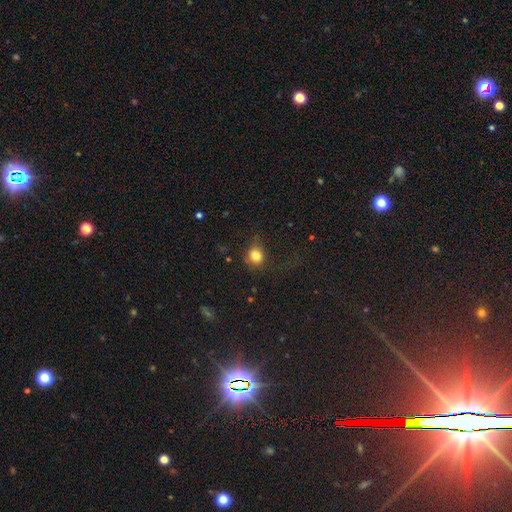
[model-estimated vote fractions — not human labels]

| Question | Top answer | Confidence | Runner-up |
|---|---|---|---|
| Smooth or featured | smooth | 81% | star or artifact (12%) |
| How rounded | round | 77% | in between (22%) |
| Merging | none | 71% | minor disturbance (17%) |